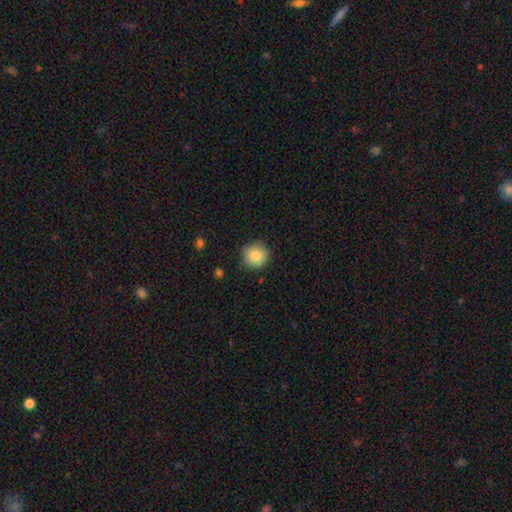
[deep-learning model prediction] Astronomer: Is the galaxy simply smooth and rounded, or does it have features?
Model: smooth — 85%.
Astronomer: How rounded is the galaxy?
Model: round — 92%.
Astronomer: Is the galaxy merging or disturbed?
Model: none — 86%.